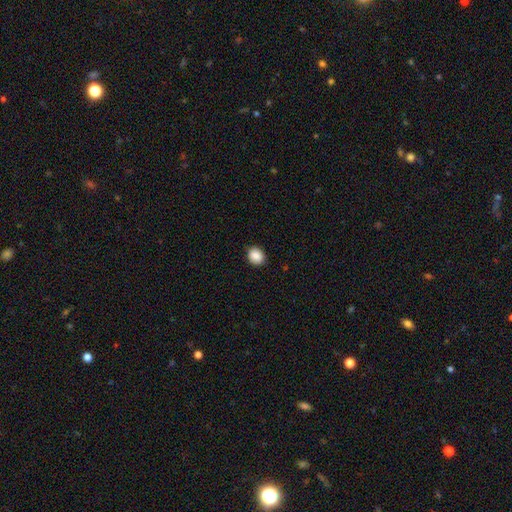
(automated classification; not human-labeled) A smooth galaxy with no disk features (89%) that is round (64%). Merging: none (89%).